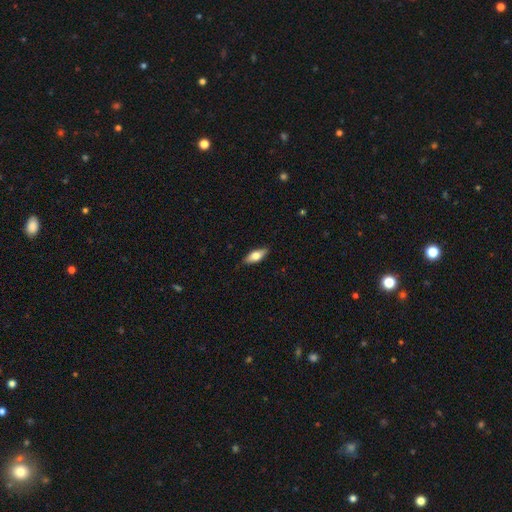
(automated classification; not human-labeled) smooth-or-featured: smooth: 70% | featured or disk: 25% | star or artifact: 6%
  how-rounded: in between: 76% | cigar-shaped: 22% | round: 3%
  merging: none: 87% | minor disturbance: 10% | major disturbance: 2% | merger: 1%